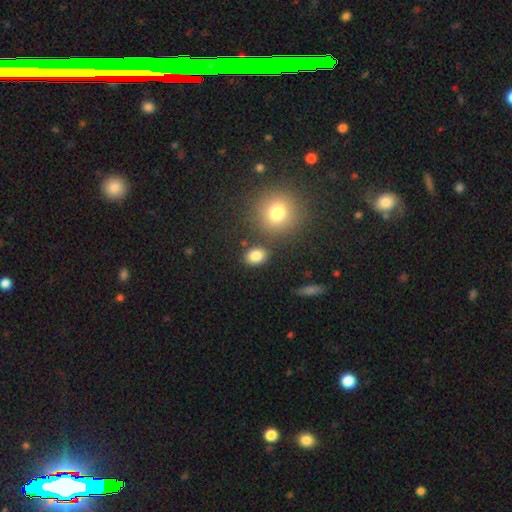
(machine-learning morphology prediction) smooth_or_featured: smooth (p=0.82) [alt: star or artifact p=0.11]
how_rounded: in between (p=0.55) [alt: round p=0.44]
merging: none (p=0.79) [alt: minor disturbance p=0.10]